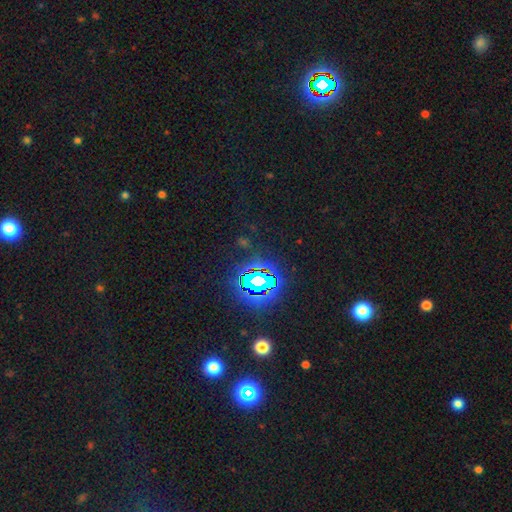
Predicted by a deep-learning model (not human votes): Smooth or featured: star or artifact — 82% (smooth — 11%)